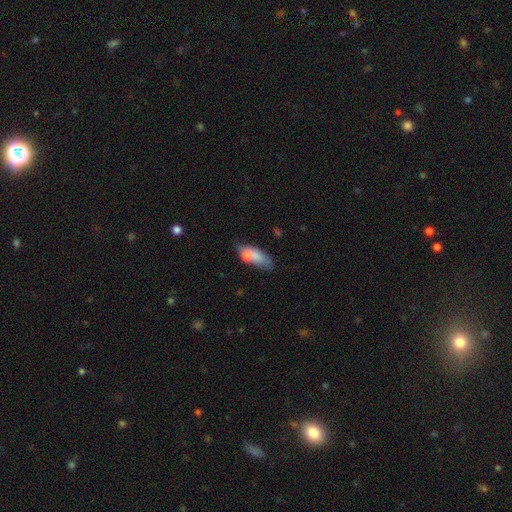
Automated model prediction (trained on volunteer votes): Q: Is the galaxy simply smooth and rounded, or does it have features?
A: smooth — 70%.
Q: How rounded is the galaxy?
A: in between — 70%.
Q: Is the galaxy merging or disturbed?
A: none — 30%.